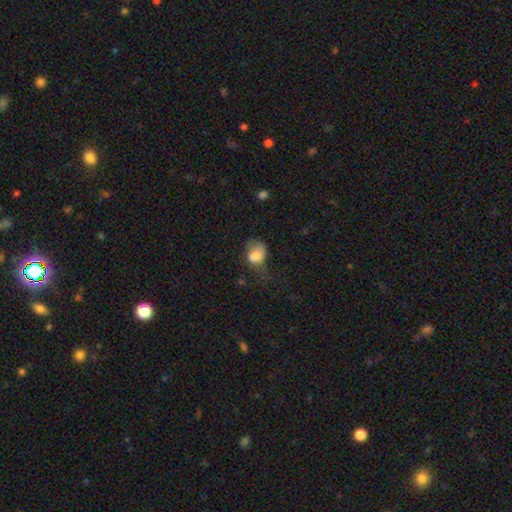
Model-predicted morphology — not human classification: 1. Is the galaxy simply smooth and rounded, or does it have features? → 77% smooth, 14% featured or disk, 10% star or artifact.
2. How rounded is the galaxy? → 65% in between, 34% round, 1% cigar-shaped.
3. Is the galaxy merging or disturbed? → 36% major disturbance, 33% minor disturbance, 28% none, 4% merger.